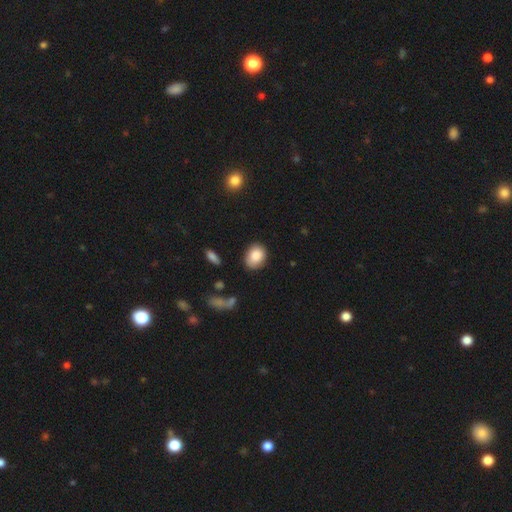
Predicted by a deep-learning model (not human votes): Smooth or featured: smooth — 86% (star or artifact — 8%)
How rounded: in between — 61% (round — 38%)
Merging: none — 79% (minor disturbance — 15%)